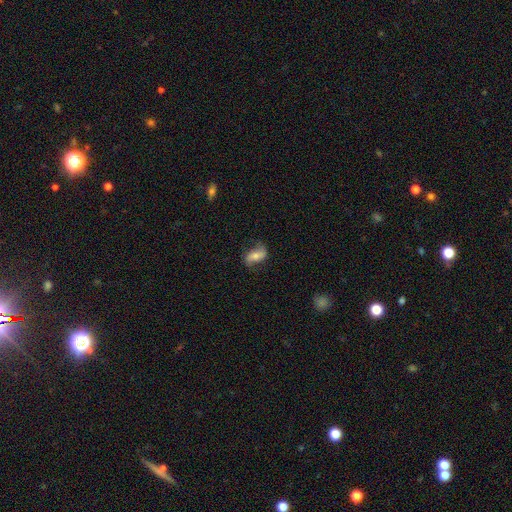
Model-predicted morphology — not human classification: Smooth or featured: featured or disk — 53% (smooth — 39%)
Edge-on disk: no — 93% (yes — 7%)
Merging: none — 71% (minor disturbance — 20%)